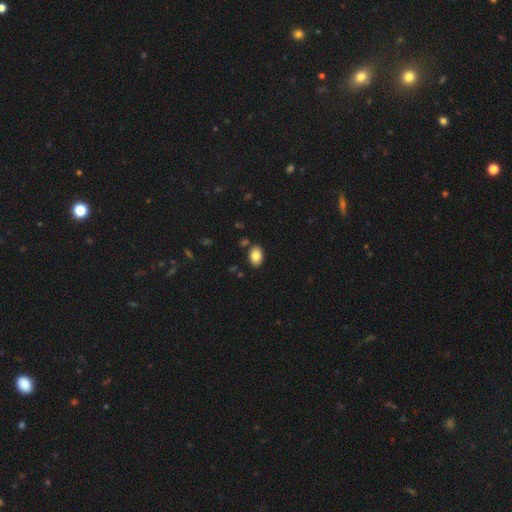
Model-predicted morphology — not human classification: This is clearly a smooth galaxy (83%). How rounded: clearly in between (85%). Merging: clearly none (85%).